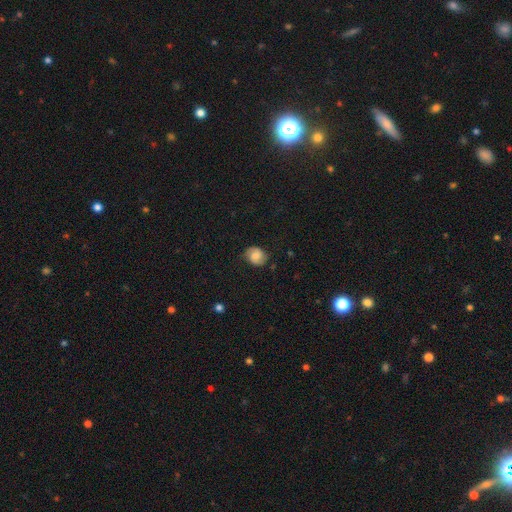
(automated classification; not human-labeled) smooth 59%, featured or disk 32%, star or artifact 9%. Down the decision tree: how rounded — round (63%); merging — none (72%).